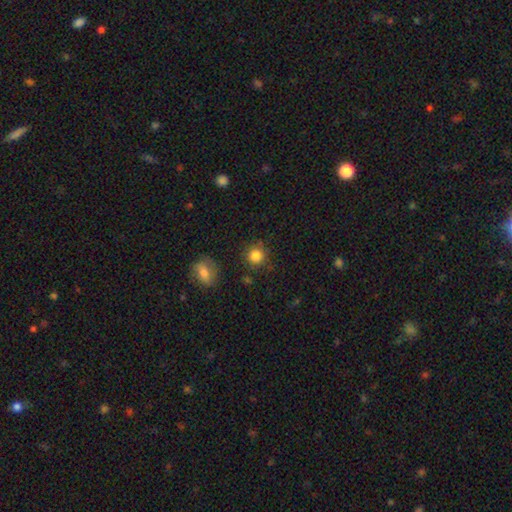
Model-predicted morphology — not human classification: This is clearly a smooth galaxy (84%). How rounded: clearly round (92%). Merging: clearly none (83%).